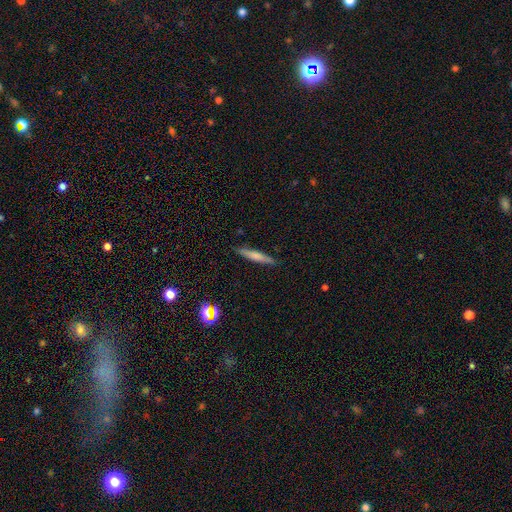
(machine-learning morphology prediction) Smooth or featured: smooth — 64% (featured or disk — 29%)
How rounded: cigar-shaped — 93% (in between — 6%)
Merging: none — 89% (minor disturbance — 8%)